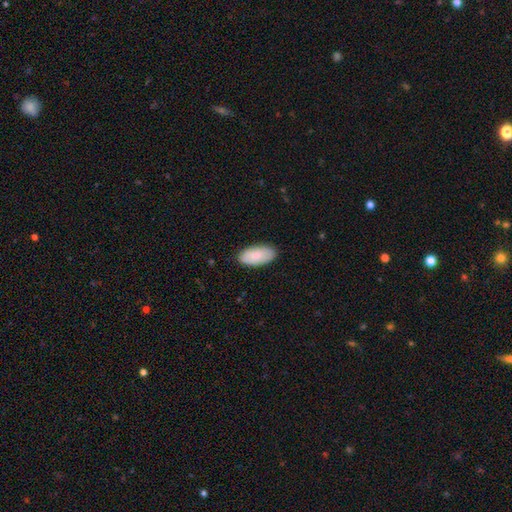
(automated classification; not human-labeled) A smooth galaxy with no disk features (83%) that is in between round and cigar-shaped (95%).

Vote fractions:
- Smooth or featured? smooth: 83% / featured or disk: 11% / star or artifact: 6%
- How rounded? in between: 95% / cigar-shaped: 3% / round: 2%
- Merging? none: 87% / minor disturbance: 10% / major disturbance: 2% / merger: 1%